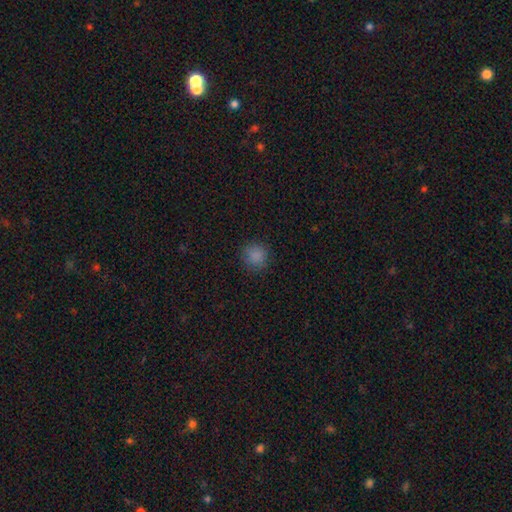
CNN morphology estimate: Q: Smooth or featured?
A: smooth (84%); runner-up: star or artifact (12%)
Q: How rounded?
A: round (92%); runner-up: in between (7%)
Q: Merging?
A: none (88%); runner-up: minor disturbance (9%)